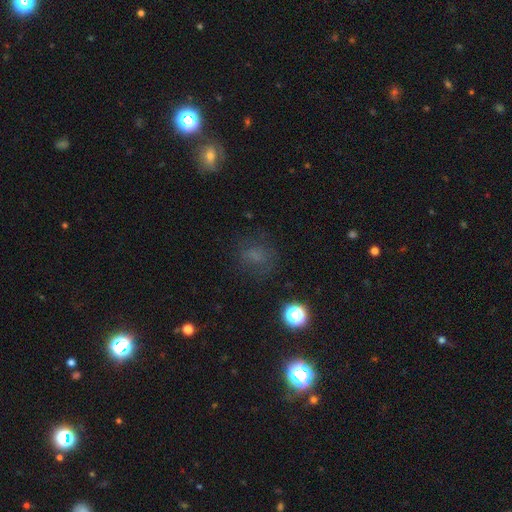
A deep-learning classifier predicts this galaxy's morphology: A smooth galaxy with no disk features (53%) that is round (66%).

Vote fractions:
- Smooth or featured? smooth: 53% / star or artifact: 30% / featured or disk: 16%
- How rounded? round: 66% / in between: 32% / cigar-shaped: 2%
- Merging? none: 70% / minor disturbance: 16% / major disturbance: 11% / merger: 2%